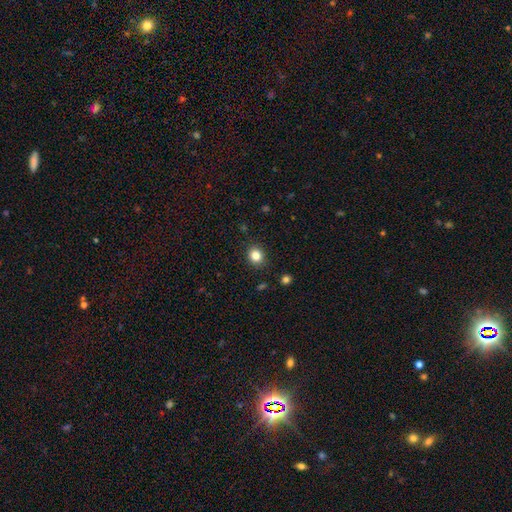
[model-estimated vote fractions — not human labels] smooth 83%, star or artifact 12%, featured or disk 5%. Down the decision tree: how rounded — round (82%); merging — none (90%).